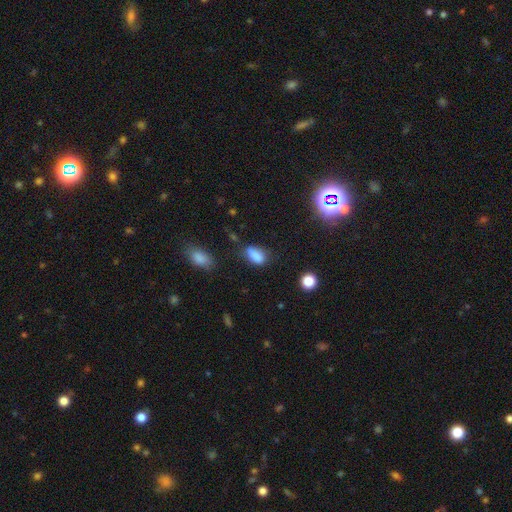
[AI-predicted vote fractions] Q: Smooth or featured?
A: smooth (83%); runner-up: star or artifact (10%)
Q: How rounded?
A: in between (88%); runner-up: round (7%)
Q: Merging?
A: none (59%); runner-up: minor disturbance (28%)